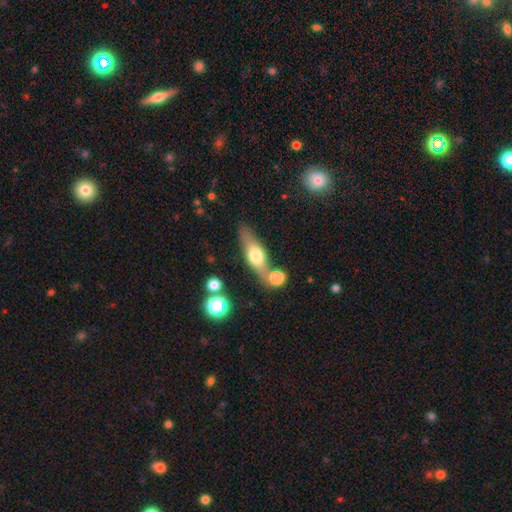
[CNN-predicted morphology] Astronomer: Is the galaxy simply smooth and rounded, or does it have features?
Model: smooth — 49% (runner-up: featured or disk, 44%).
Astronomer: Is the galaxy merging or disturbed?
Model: none — 64%.